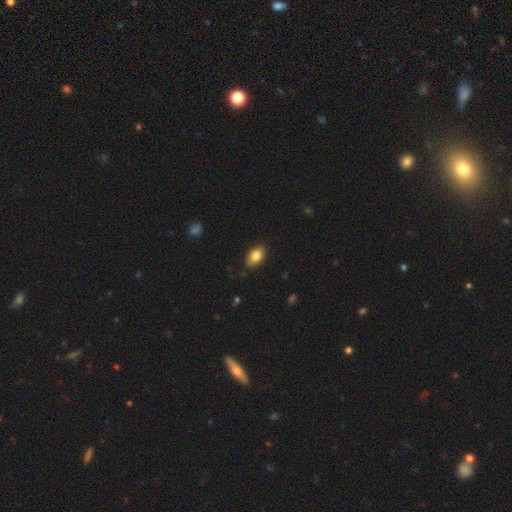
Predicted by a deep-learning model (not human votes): smooth_or_featured: smooth (p=0.82) [alt: featured or disk p=0.10]
how_rounded: in between (p=0.90) [alt: round p=0.08]
merging: none (p=0.82) [alt: minor disturbance p=0.15]